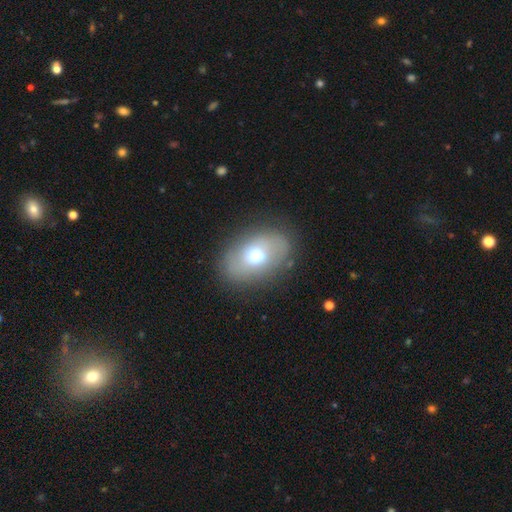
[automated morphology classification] smooth_or_featured: smooth (p=0.63) [alt: featured or disk p=0.26]
how_rounded: in between (p=0.78) [alt: round p=0.21]
merging: none (p=0.80) [alt: minor disturbance p=0.13]